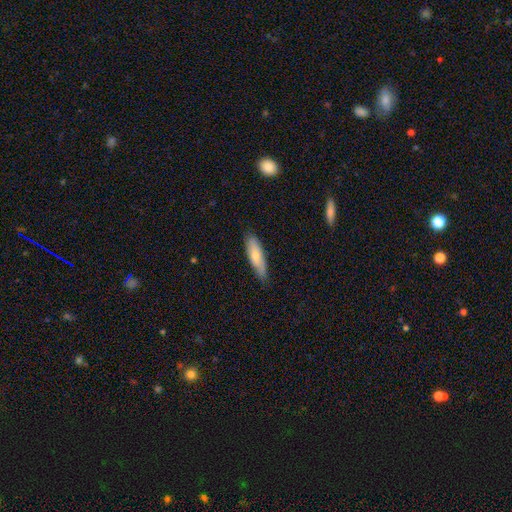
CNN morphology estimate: smooth_or_featured: smooth (p=0.68) [alt: featured or disk p=0.26]
how_rounded: cigar-shaped (p=0.51) [alt: in between p=0.47]
merging: none (p=0.77) [alt: minor disturbance p=0.19]